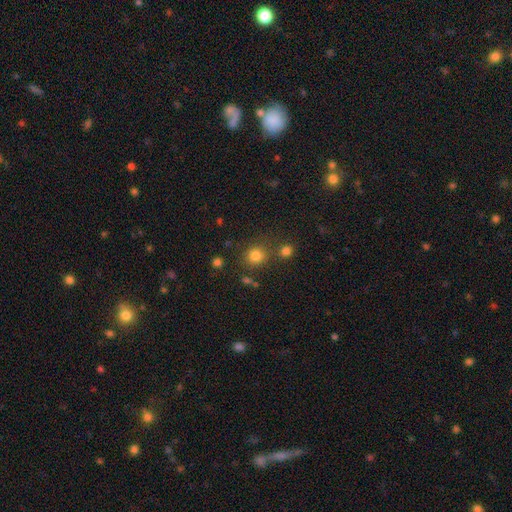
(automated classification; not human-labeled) A smooth galaxy with no disk features (80%) that is round (87%). Merging: none (74%).